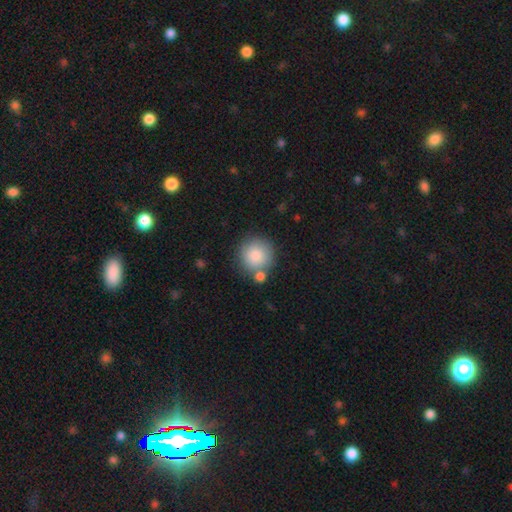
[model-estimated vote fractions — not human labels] smooth-or-featured: smooth: 85% | featured or disk: 8% | star or artifact: 7%
  how-rounded: round: 93% | in between: 6% | cigar-shaped: 1%
  merging: none: 67% | merger: 17% | minor disturbance: 12% | major disturbance: 4%